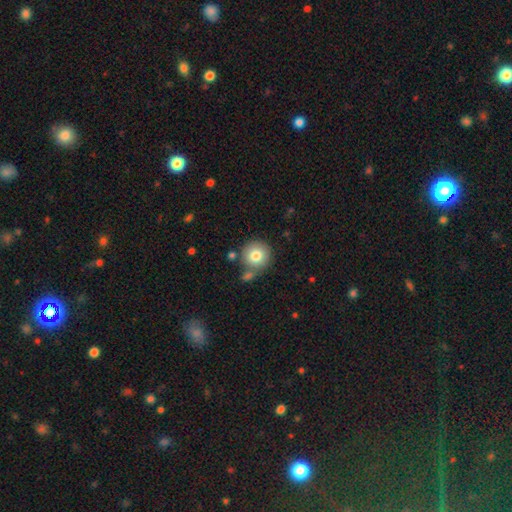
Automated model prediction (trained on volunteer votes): A smooth galaxy with no disk features (80%) that is round (94%).

Vote fractions:
- Smooth or featured? smooth: 80% / featured or disk: 11% / star or artifact: 9%
- How rounded? round: 94% / in between: 5% / cigar-shaped: 1%
- Merging? none: 71% / merger: 14% / minor disturbance: 11% / major disturbance: 4%